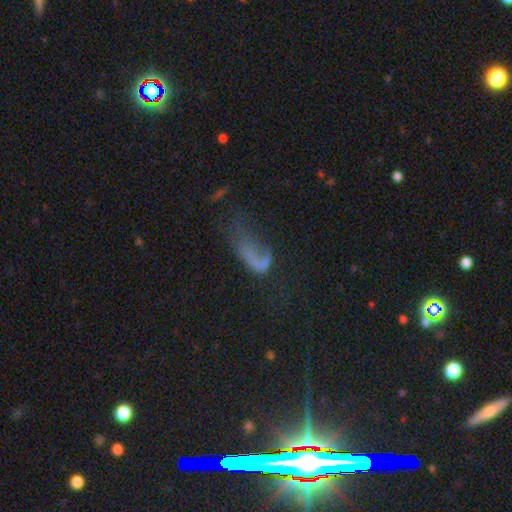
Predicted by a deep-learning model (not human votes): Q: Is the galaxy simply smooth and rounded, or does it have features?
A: star or artifact — 34%, tied with smooth.